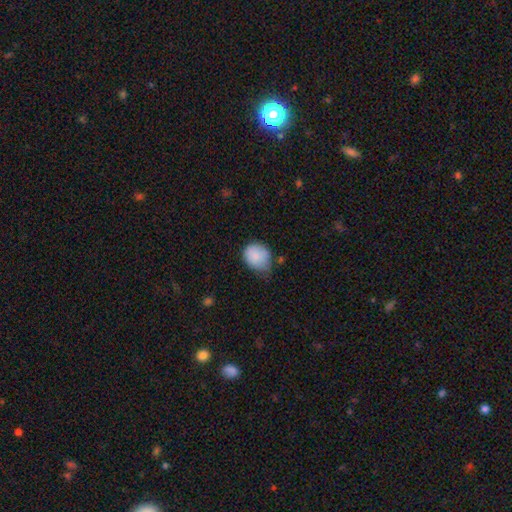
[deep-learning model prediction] The model was most divided on "merging": minor disturbance: 47%, none: 39%, major disturbance: 11%, merger: 3%. More confident: smooth or featured — smooth (86%); how rounded — round (56%).